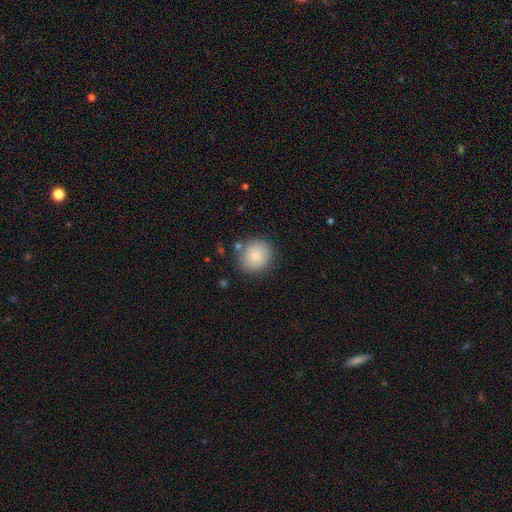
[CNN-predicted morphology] Smooth or featured: smooth — 82% (featured or disk — 10%)
How rounded: round — 90% (in between — 9%)
Merging: none — 83% (minor disturbance — 11%)